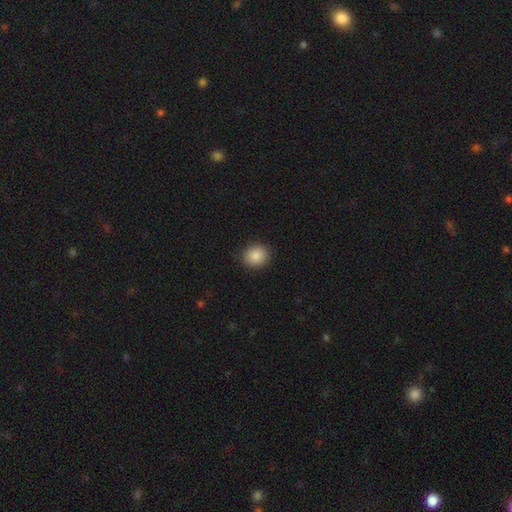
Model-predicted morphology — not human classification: Q: Smooth or featured?
A: smooth (86%); runner-up: star or artifact (9%)
Q: How rounded?
A: round (75%); runner-up: in between (24%)
Q: Merging?
A: none (90%); runner-up: minor disturbance (7%)